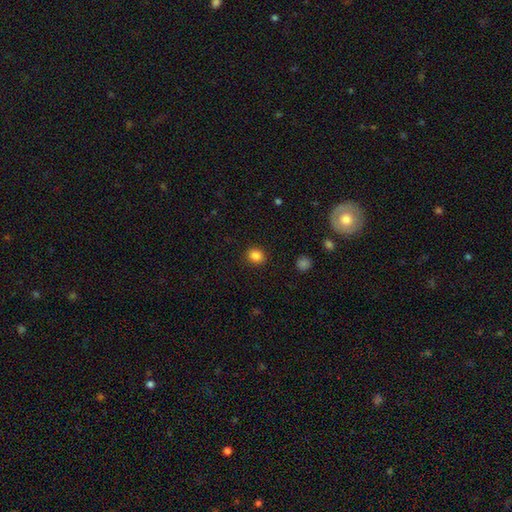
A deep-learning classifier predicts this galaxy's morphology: smooth 85%, star or artifact 11%, featured or disk 4%. Down the decision tree: how rounded — round (73%); merging — none (90%).